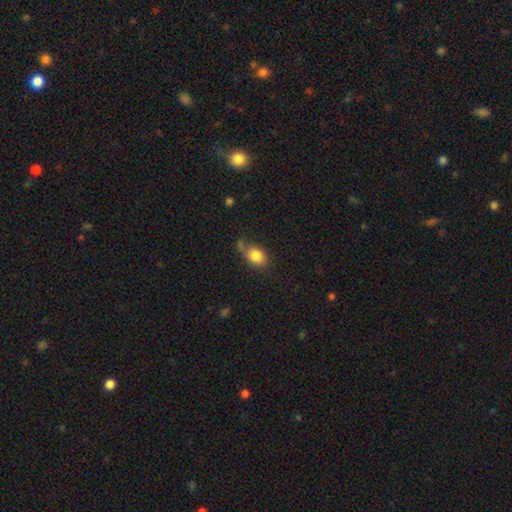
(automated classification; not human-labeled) The model was most divided on "merging": none: 56%, minor disturbance: 25%, merger: 10%, major disturbance: 9%. More confident: smooth or featured — smooth (83%); how rounded — in between (66%).